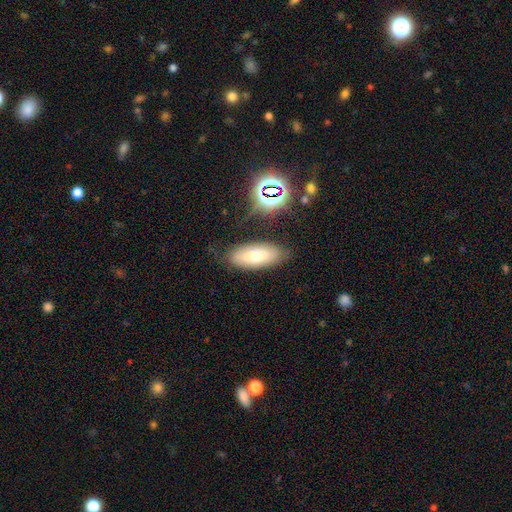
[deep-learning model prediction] smooth-or-featured: smooth: 63% | featured or disk: 25% | star or artifact: 12%
  how-rounded: in between: 81% | cigar-shaped: 15% | round: 3%
  merging: none: 79% | minor disturbance: 14% | major disturbance: 4% | merger: 3%